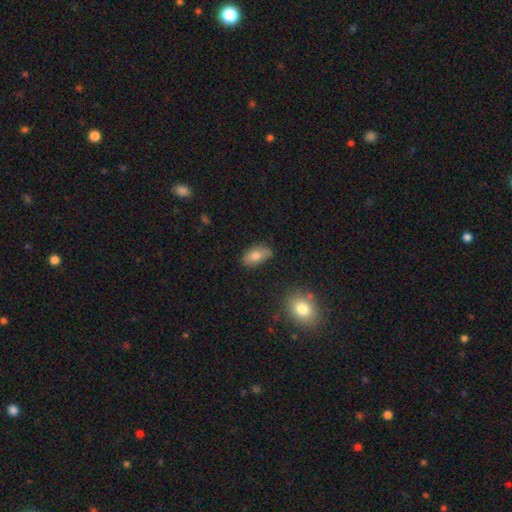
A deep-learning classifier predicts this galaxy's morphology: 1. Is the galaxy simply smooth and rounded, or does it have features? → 77% smooth, 15% featured or disk, 8% star or artifact.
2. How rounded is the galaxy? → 90% in between, 5% round, 5% cigar-shaped.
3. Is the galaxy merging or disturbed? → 77% none, 18% minor disturbance, 3% major disturbance, 2% merger.